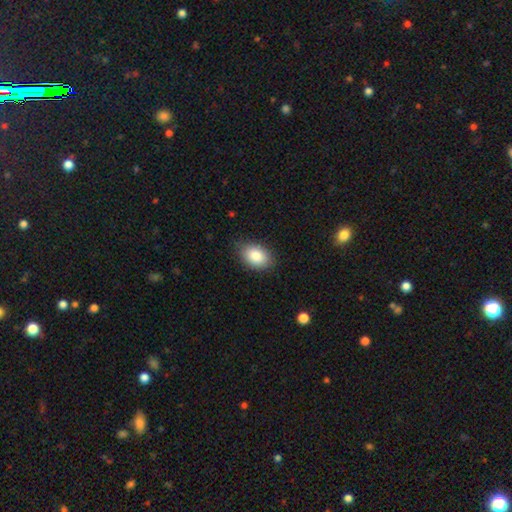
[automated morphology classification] smooth_or_featured: smooth (p=0.86) [alt: star or artifact p=0.07]
how_rounded: in between (p=0.81) [alt: round p=0.18]
merging: none (p=0.81) [alt: minor disturbance p=0.15]